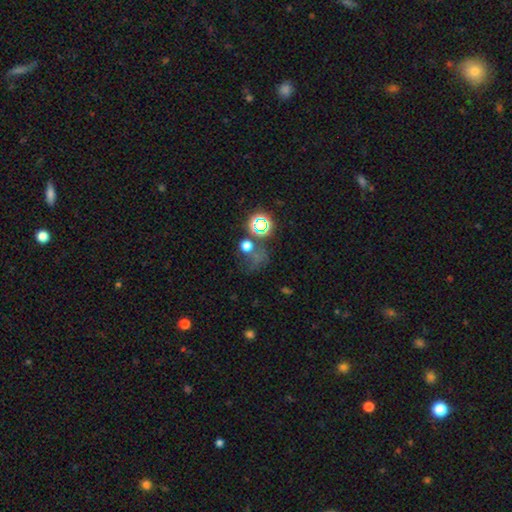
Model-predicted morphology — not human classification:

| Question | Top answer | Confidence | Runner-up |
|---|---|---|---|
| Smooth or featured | star or artifact | 50% | smooth (38%) |